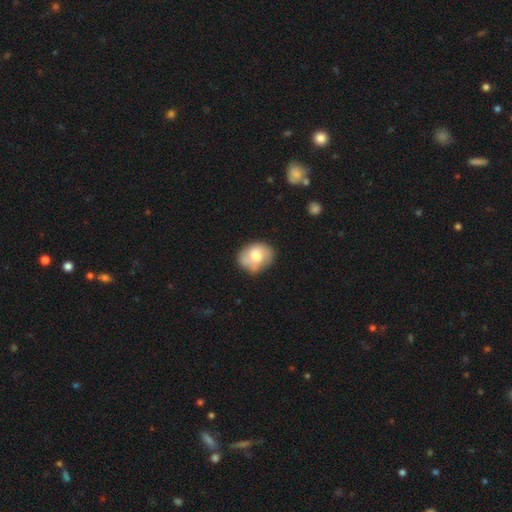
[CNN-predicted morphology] The model was most divided on "how rounded": round: 51%, in between: 48%, cigar-shaped: 1%. More confident: merging — none (66%); smooth or featured — smooth (54%).